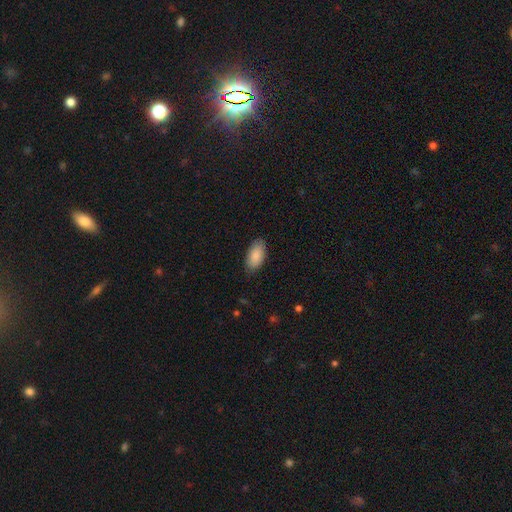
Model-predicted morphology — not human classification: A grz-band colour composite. It shows a smooth galaxy with no disk features (89%) that is in between round and cigar-shaped (94%). Merging: none (83%).